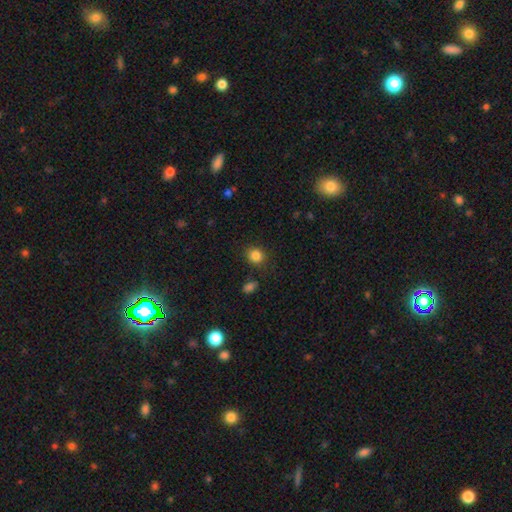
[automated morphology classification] smooth-or-featured: smooth: 85% | star or artifact: 11% | featured or disk: 4%
  how-rounded: round: 82% | in between: 17% | cigar-shaped: 1%
  merging: none: 85% | minor disturbance: 10% | major disturbance: 3% | merger: 3%